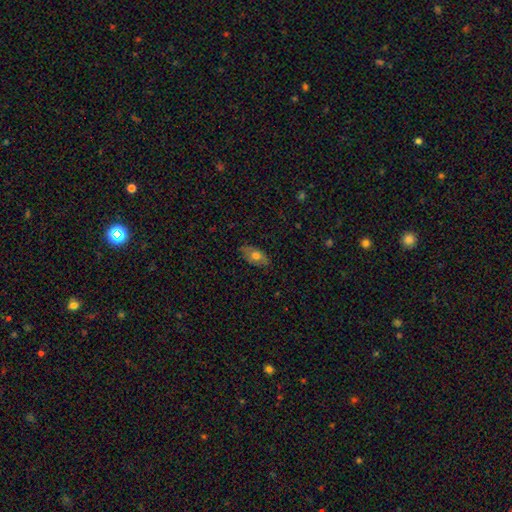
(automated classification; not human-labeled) Morphology: type=smooth (62%); roundness=in between (90%); merging=none (77%).